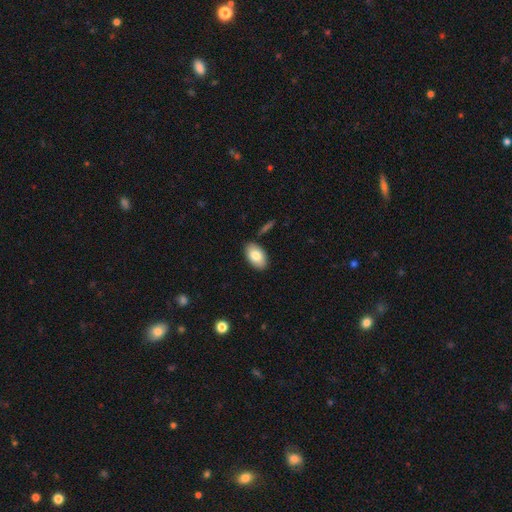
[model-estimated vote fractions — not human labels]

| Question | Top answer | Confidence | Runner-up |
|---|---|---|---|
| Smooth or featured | smooth | 81% | featured or disk (12%) |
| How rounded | in between | 93% | round (6%) |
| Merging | none | 86% | minor disturbance (9%) |